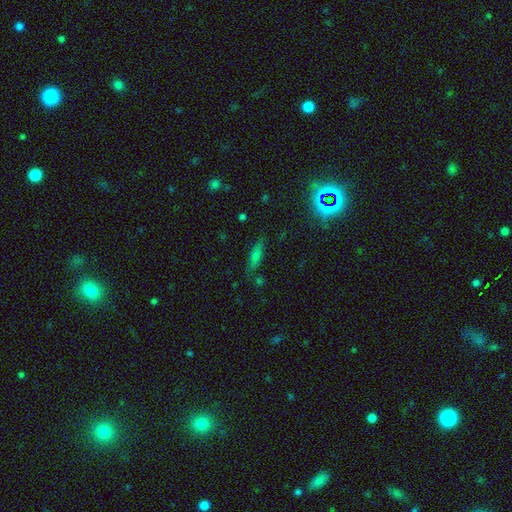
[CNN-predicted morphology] smooth_or_featured: smooth (p=0.67) [alt: featured or disk p=0.19]
how_rounded: cigar-shaped (p=0.61) [alt: in between p=0.36]
merging: none (p=0.78) [alt: minor disturbance p=0.15]